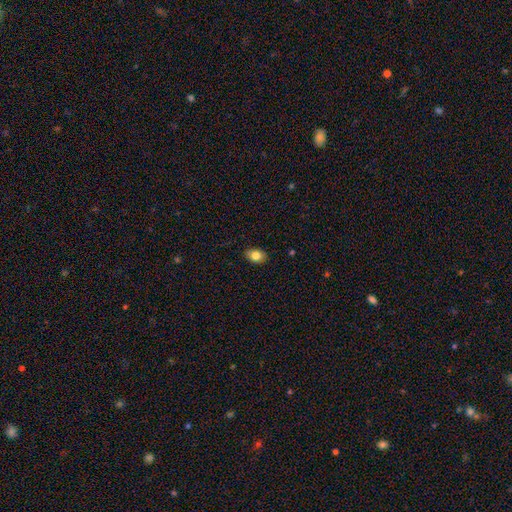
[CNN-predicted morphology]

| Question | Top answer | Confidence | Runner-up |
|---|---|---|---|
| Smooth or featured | smooth | 83% | featured or disk (9%) |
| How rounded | in between | 75% | round (24%) |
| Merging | none | 87% | minor disturbance (10%) |